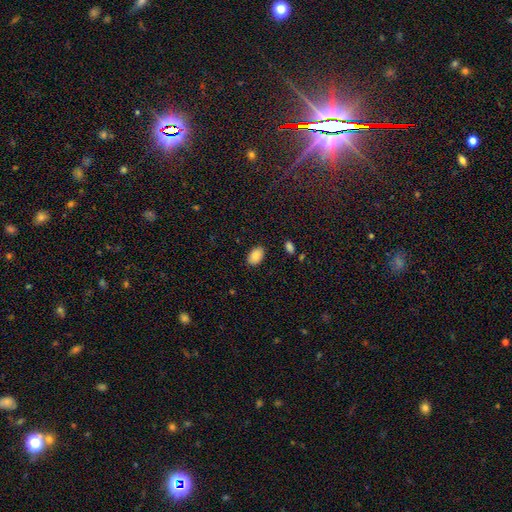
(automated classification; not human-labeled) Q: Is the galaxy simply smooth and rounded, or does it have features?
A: smooth — 85%.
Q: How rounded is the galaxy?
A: in between — 91%.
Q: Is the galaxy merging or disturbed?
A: none — 87%.